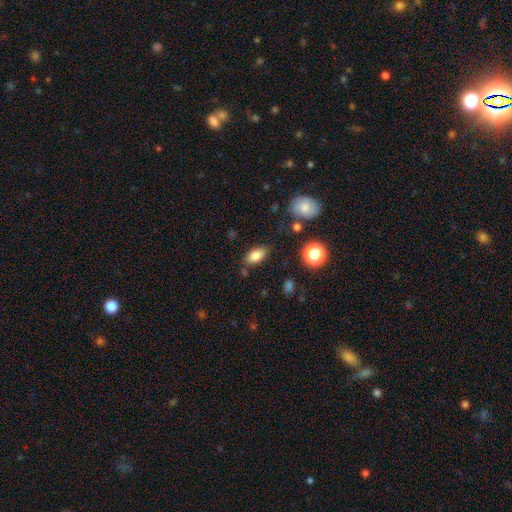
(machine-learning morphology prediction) A smooth galaxy with no disk features (82%) that is in between round and cigar-shaped (88%).

Vote fractions:
- Smooth or featured? smooth: 82% / star or artifact: 9% / featured or disk: 8%
- How rounded? in between: 88% / cigar-shaped: 6% / round: 6%
- Merging? none: 80% / minor disturbance: 13% / merger: 4% / major disturbance: 4%